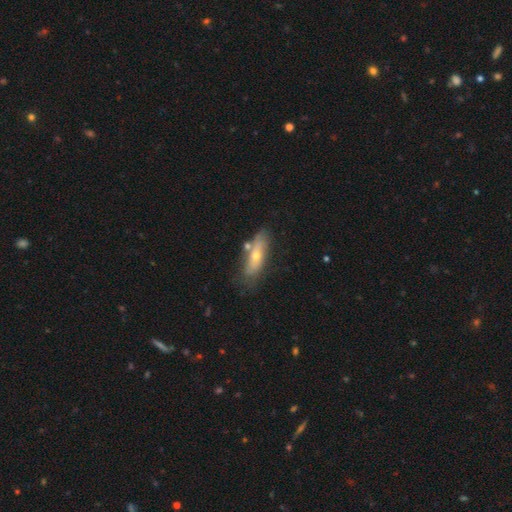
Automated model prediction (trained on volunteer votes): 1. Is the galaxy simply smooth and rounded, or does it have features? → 49% smooth, 45% featured or disk, 7% star or artifact.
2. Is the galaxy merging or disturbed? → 64% none, 19% minor disturbance, 11% merger, 5% major disturbance.